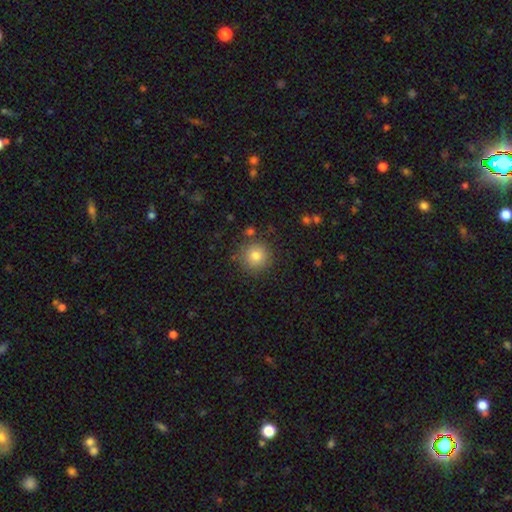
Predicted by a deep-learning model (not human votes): This is likely a smooth galaxy (80%). How rounded: clearly round (95%). Merging: clearly none (85%).